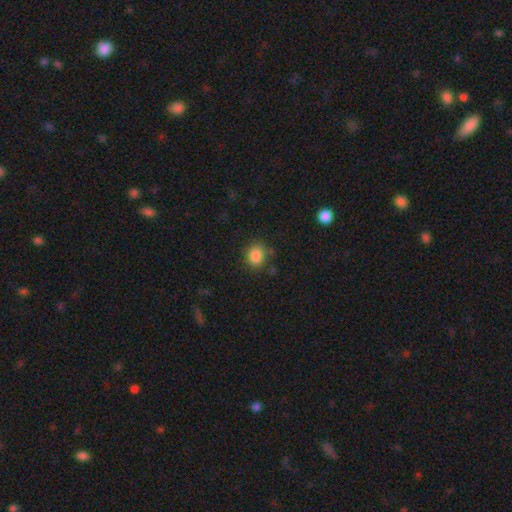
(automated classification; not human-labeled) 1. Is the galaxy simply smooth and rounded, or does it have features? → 86% smooth, 10% star or artifact, 4% featured or disk.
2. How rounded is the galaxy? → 68% round, 31% in between, 1% cigar-shaped.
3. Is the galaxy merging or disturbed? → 80% none, 13% minor disturbance, 4% major disturbance, 3% merger.